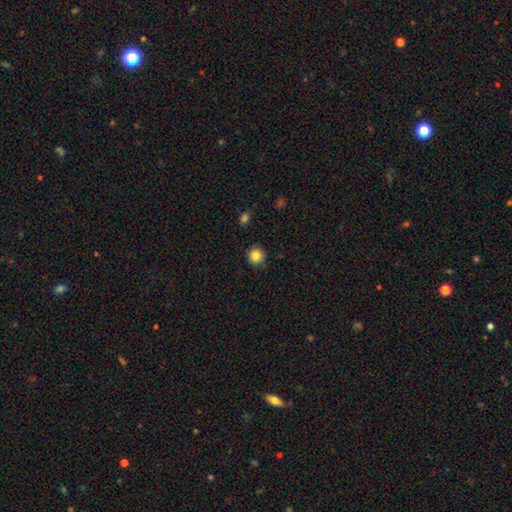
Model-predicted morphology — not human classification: Smooth or featured? smooth (85%)
How rounded? round (92%)
Merging? none (90%)